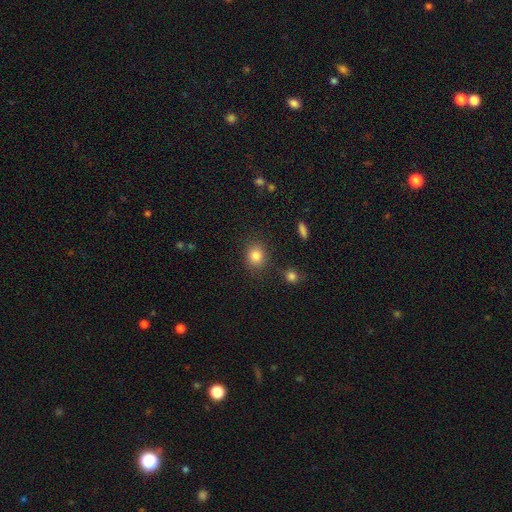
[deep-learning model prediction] Overall: smooth (84%). How rounded: round (70%). Merging: none (84%).